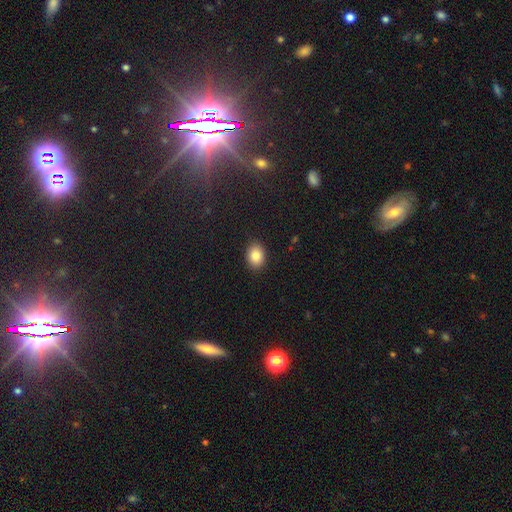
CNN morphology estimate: This is clearly a smooth galaxy (86%). How rounded: likely in between (66%). Merging: clearly none (88%).